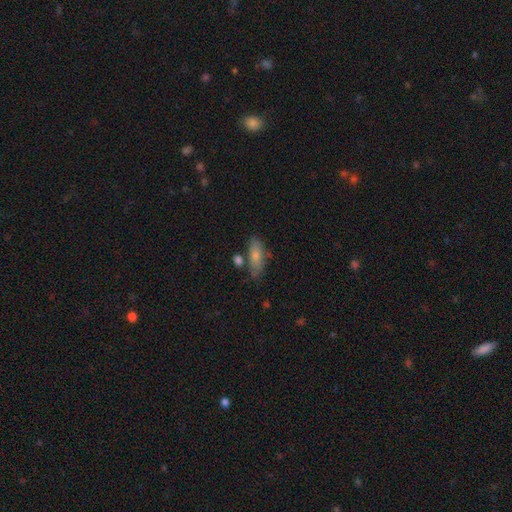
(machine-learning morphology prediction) The model was most divided on "how rounded": in between: 67%, cigar-shaped: 31%, round: 3%. More confident: smooth or featured — smooth (75%); merging — none (66%).